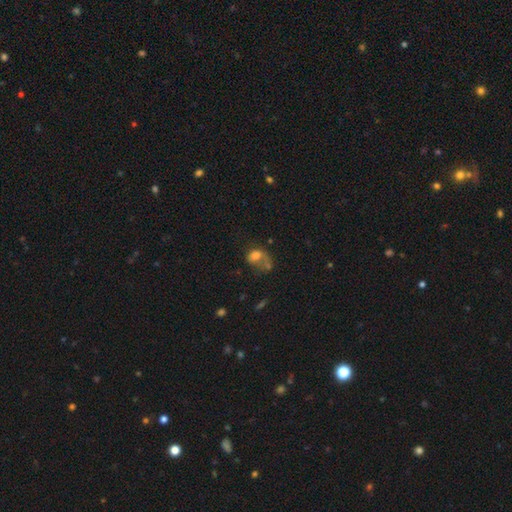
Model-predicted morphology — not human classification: Smooth or featured? smooth (65%)
How rounded? in between (69%)
Merging? major disturbance (34%)